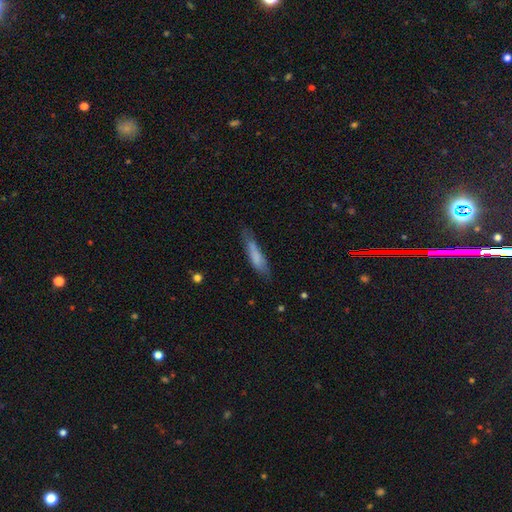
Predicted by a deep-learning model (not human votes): The model was most divided on "merging": none: 61%, minor disturbance: 27%, major disturbance: 9%, merger: 3%. More confident: how rounded — cigar-shaped (80%); smooth or featured — smooth (71%).